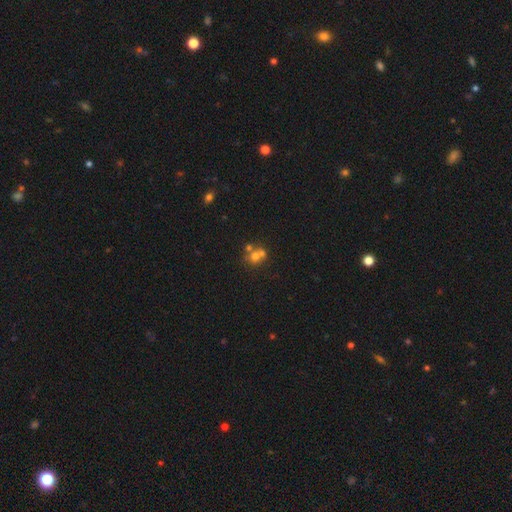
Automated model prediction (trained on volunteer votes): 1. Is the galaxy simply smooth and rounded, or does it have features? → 61% smooth, 23% featured or disk, 17% star or artifact.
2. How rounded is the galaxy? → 79% round, 20% in between, 1% cigar-shaped.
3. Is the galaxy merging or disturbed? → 50% merger, 39% none, 7% minor disturbance, 4% major disturbance.